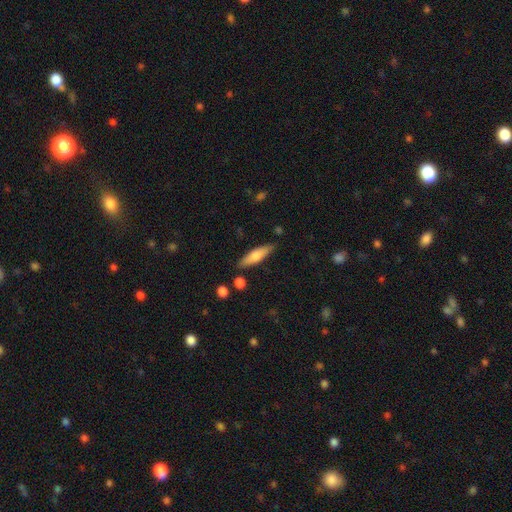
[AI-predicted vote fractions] Morphology: type=smooth (62%); roundness=cigar-shaped (63%); merging=none (82%).